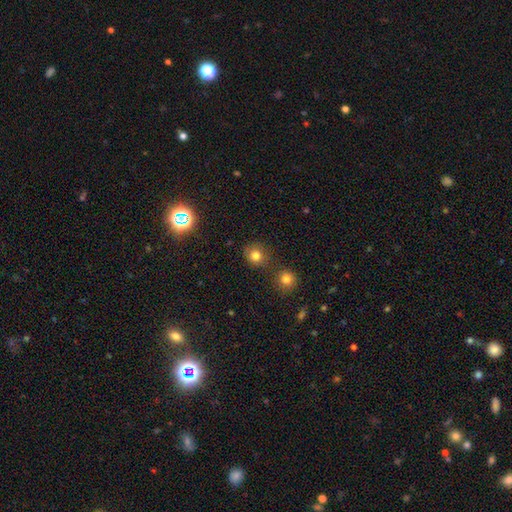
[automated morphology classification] Smooth or featured?
  - smooth: 79% *
  - star or artifact: 15%
  - featured or disk: 7%
How rounded?
  - round: 85% *
  - in between: 14%
  - cigar-shaped: 1%
Merging?
  - none: 74% *
  - minor disturbance: 12%
  - merger: 11%
  - major disturbance: 4%